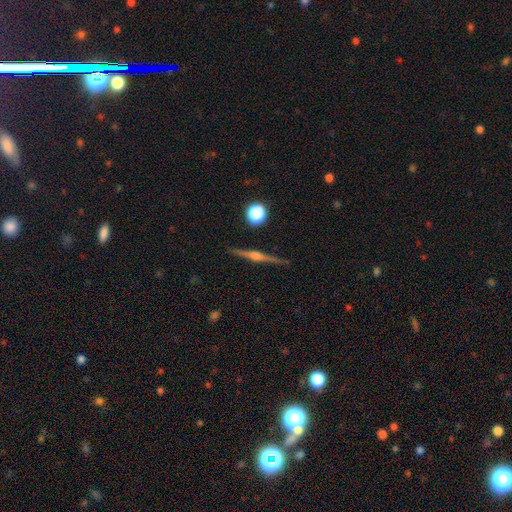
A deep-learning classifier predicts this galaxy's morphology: smooth_or_featured: featured or disk (p=0.82) [alt: smooth p=0.11]
disk_edge_on: yes (p=0.98) [alt: no p=0.02]
edge_on_bulge: rounded (p=0.87) [alt: boxy p=0.08]
merging: none (p=0.91) [alt: minor disturbance p=0.06]